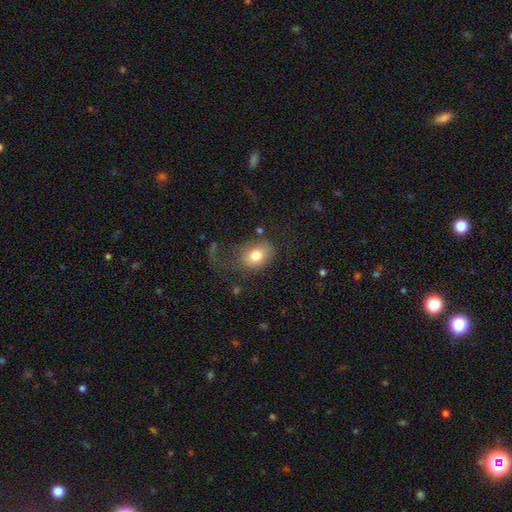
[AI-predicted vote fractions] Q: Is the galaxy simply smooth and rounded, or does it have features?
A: smooth — 77%.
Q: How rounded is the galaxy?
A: in between — 68%.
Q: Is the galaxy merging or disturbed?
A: none — 43%.